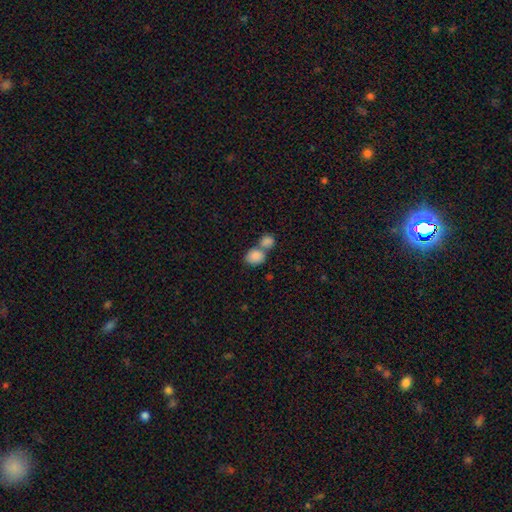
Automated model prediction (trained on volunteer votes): The model was most divided on "how rounded": round: 50%, in between: 48%, cigar-shaped: 1%. More confident: smooth or featured — smooth (85%); merging — merger (60%).